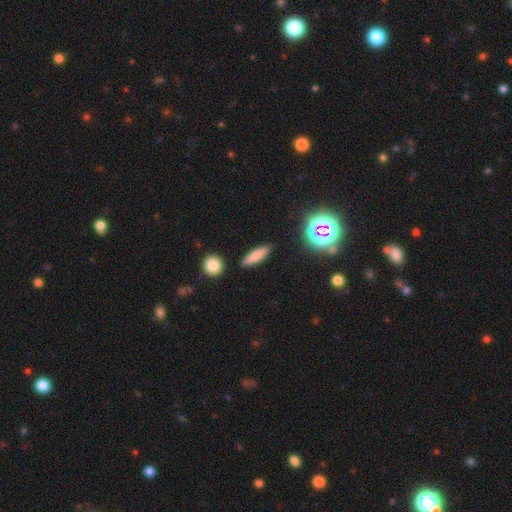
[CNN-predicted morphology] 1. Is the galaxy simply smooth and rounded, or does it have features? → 78% smooth, 12% featured or disk, 10% star or artifact.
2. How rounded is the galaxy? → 65% cigar-shaped, 31% in between, 4% round.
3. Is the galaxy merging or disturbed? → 88% none, 8% minor disturbance, 3% merger, 2% major disturbance.